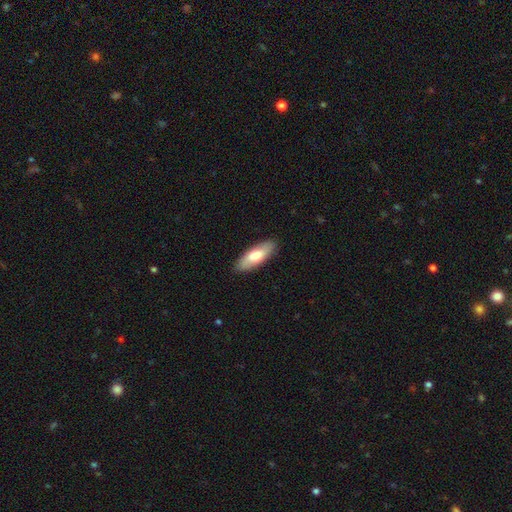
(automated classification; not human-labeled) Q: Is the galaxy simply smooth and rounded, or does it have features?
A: smooth — 70%.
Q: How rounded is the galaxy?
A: in between — 66%.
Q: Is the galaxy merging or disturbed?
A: none — 88%.